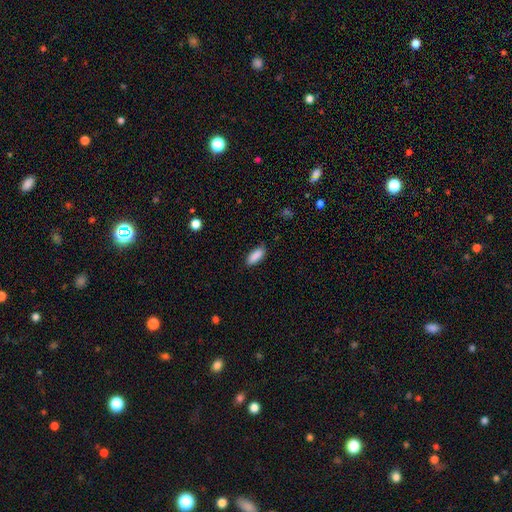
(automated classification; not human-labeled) A smooth galaxy with no disk features (89%) that is in between round and cigar-shaped (76%).

Vote fractions:
- Smooth or featured? smooth: 89% / star or artifact: 7% / featured or disk: 4%
- How rounded? in between: 76% / cigar-shaped: 23% / round: 2%
- Merging? none: 82% / minor disturbance: 14% / major disturbance: 2% / merger: 1%